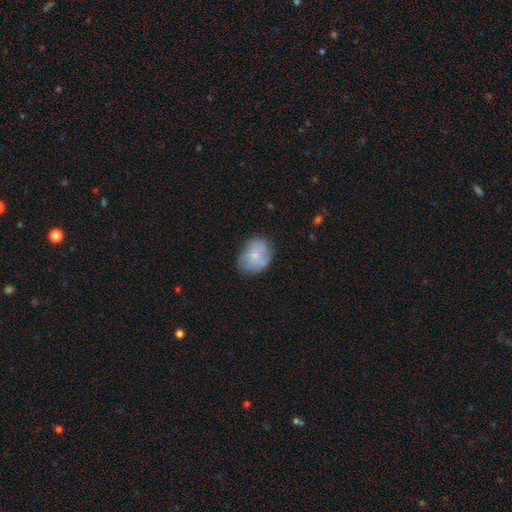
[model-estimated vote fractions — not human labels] A smooth galaxy with no disk features (62%) that is in between round and cigar-shaped (59%). Merging: none (60%).